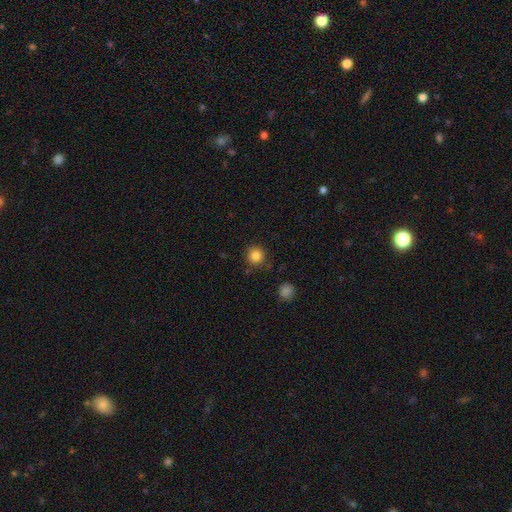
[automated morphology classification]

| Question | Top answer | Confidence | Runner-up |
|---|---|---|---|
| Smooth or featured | smooth | 84% | star or artifact (11%) |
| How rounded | round | 94% | in between (5%) |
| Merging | none | 86% | minor disturbance (8%) |